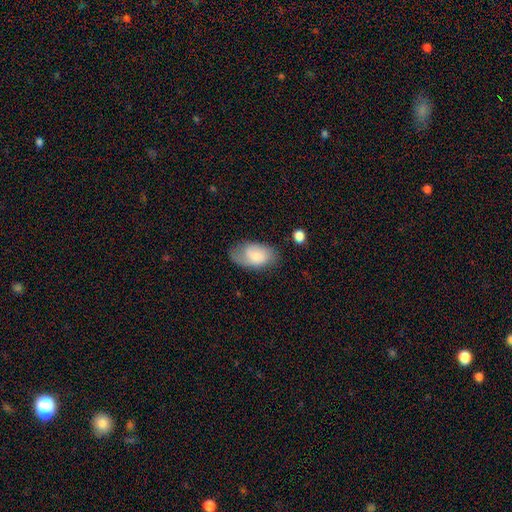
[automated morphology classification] A smooth galaxy with no disk features (67%) that is in between round and cigar-shaped (93%). Merging: none (60%).